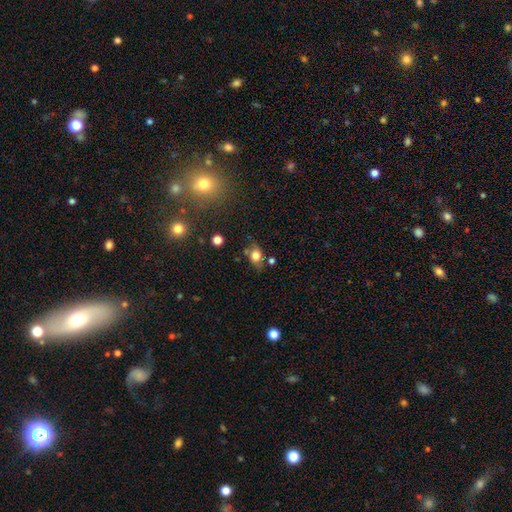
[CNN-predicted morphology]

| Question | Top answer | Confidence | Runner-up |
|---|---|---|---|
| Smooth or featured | smooth | 77% | featured or disk (13%) |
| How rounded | in between | 63% | round (35%) |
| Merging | none | 63% | minor disturbance (23%) |